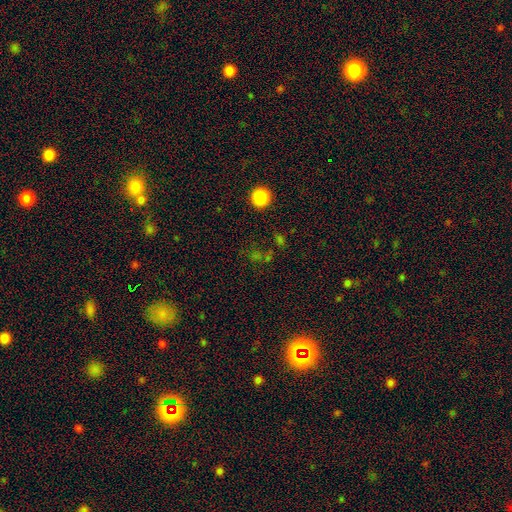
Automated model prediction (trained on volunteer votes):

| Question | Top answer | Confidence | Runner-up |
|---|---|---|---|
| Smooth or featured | star or artifact | 54% | smooth (36%) |